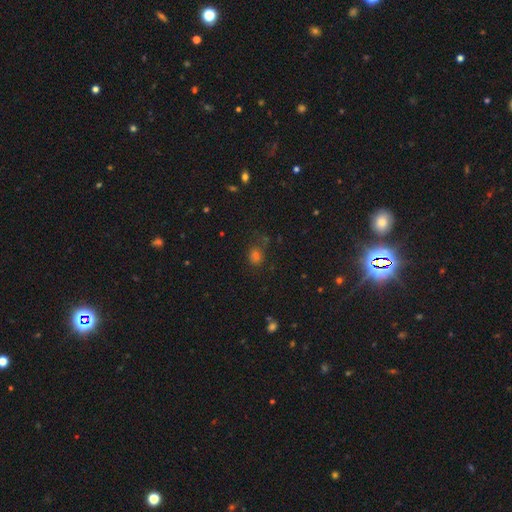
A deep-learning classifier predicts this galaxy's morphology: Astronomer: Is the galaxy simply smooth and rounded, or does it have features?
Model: smooth — 62%.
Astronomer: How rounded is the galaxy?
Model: round — 63%.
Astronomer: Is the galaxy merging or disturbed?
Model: none — 70%.